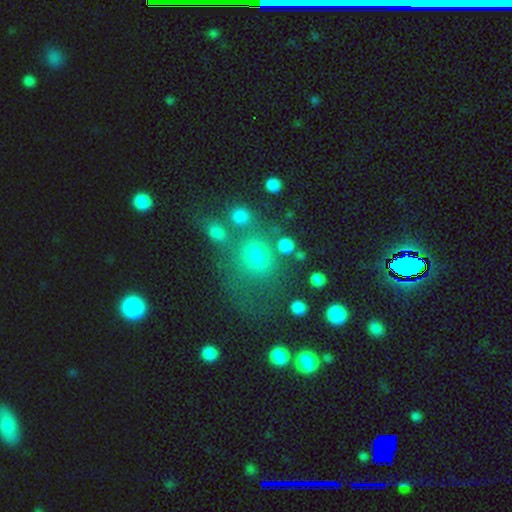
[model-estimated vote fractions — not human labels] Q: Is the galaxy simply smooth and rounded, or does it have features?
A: smooth — 70%.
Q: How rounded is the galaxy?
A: round — 76%.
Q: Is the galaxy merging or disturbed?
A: none — 57%.